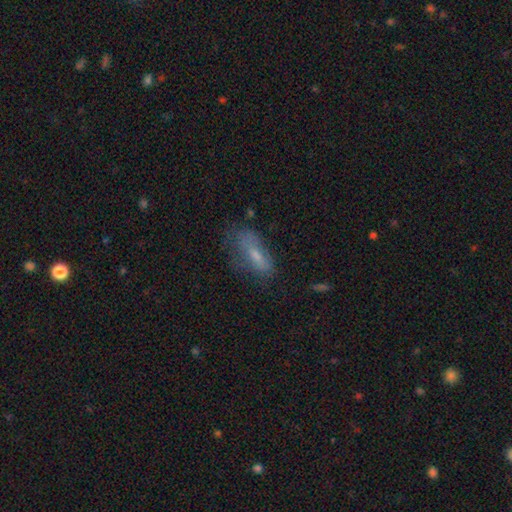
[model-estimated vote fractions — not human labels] smooth 60%, featured or disk 30%, star or artifact 10%. Down the decision tree: how rounded — in between (64%); merging — none (50%).